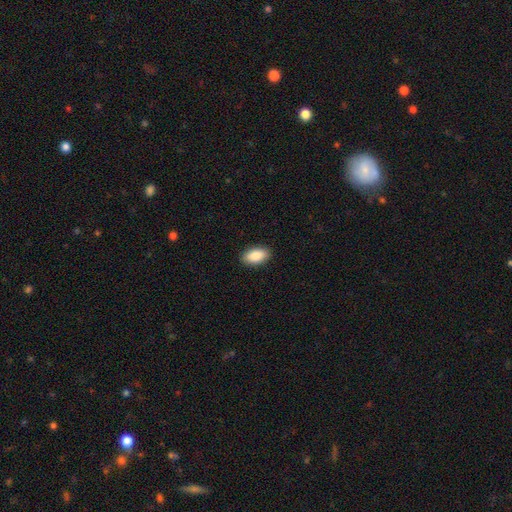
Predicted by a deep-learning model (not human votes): This is clearly a smooth galaxy (89%). How rounded: clearly in between (94%). Merging: clearly none (90%).